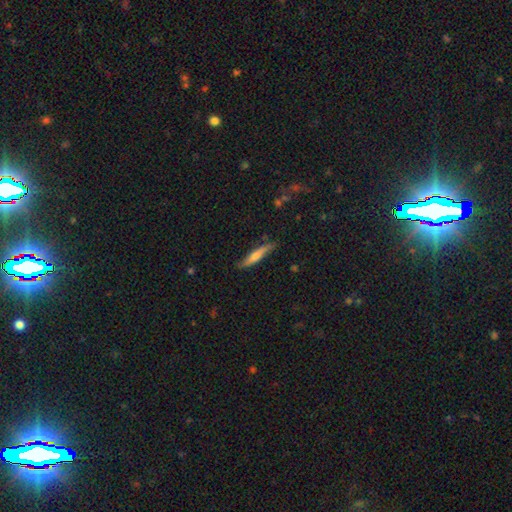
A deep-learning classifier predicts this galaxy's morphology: smooth-or-featured: smooth: 58% | featured or disk: 36% | star or artifact: 6%
  how-rounded: cigar-shaped: 89% | in between: 9% | round: 2%
  merging: none: 79% | minor disturbance: 16% | major disturbance: 3% | merger: 2%